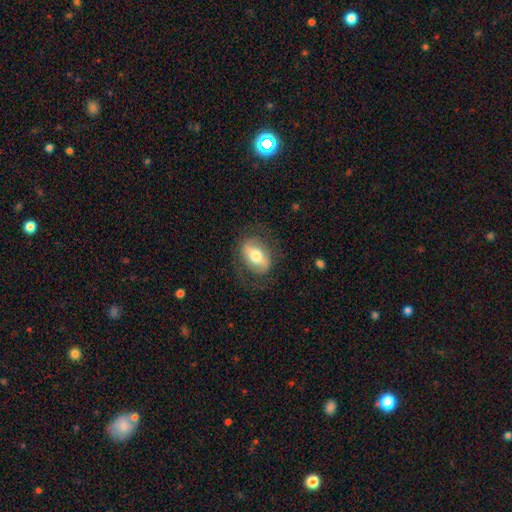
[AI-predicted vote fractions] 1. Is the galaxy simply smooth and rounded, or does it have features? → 51% smooth, 43% featured or disk, 6% star or artifact.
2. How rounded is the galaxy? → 85% in between, 12% round, 3% cigar-shaped.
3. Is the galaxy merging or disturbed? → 72% none, 16% minor disturbance, 11% major disturbance, 1% merger.